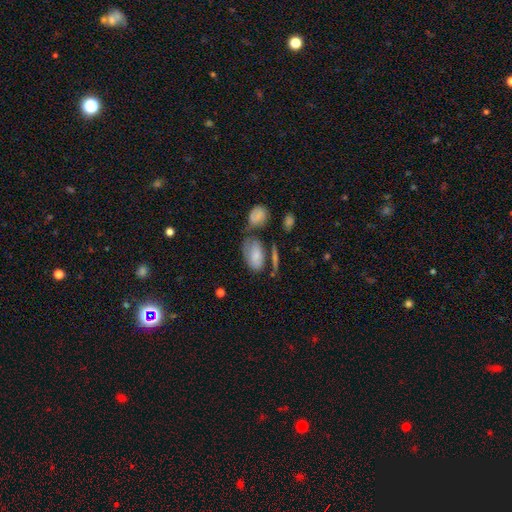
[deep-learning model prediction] This appears to be a smooth galaxy with no disk features (70%) that is in between round and cigar-shaped (91%). Merging: none (41%).